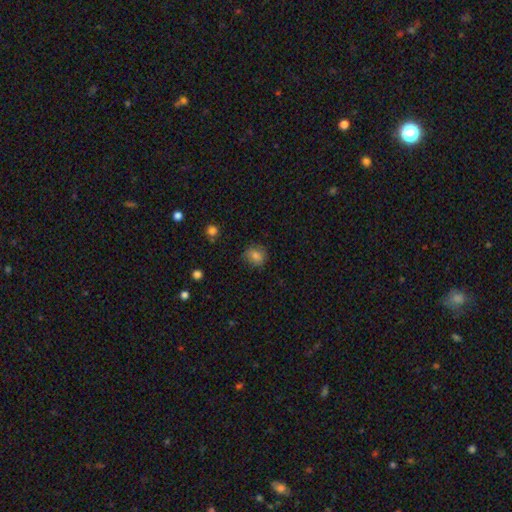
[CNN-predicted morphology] The model was most divided on "how rounded": round: 75%, in between: 24%, cigar-shaped: 1%. More confident: smooth or featured — smooth (81%); merging — none (78%).